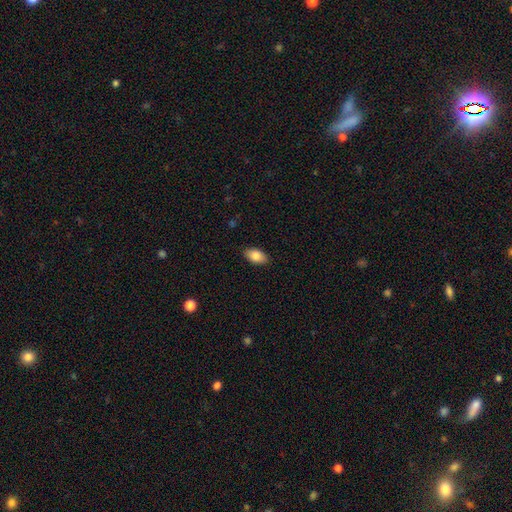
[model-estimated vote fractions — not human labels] smooth_or_featured: smooth (p=0.86) [alt: star or artifact p=0.07]
how_rounded: in between (p=0.93) [alt: round p=0.05]
merging: none (p=0.88) [alt: minor disturbance p=0.09]